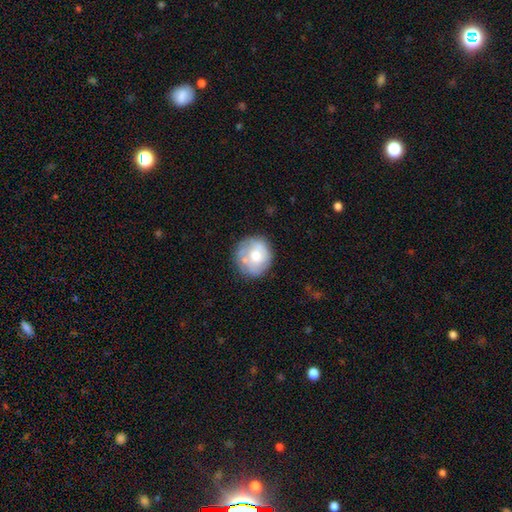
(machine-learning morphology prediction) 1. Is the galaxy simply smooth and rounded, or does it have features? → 56% smooth, 37% featured or disk, 7% star or artifact.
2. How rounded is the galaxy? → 86% round, 13% in between, 1% cigar-shaped.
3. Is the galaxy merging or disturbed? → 70% none, 19% minor disturbance, 7% major disturbance, 4% merger.